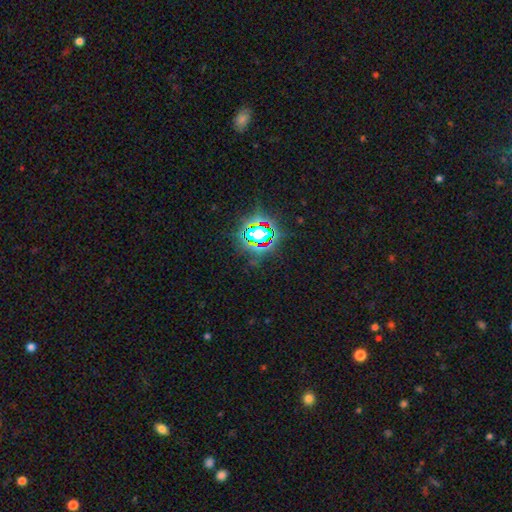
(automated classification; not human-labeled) Smooth or featured: star or artifact — 79% (smooth — 13%)